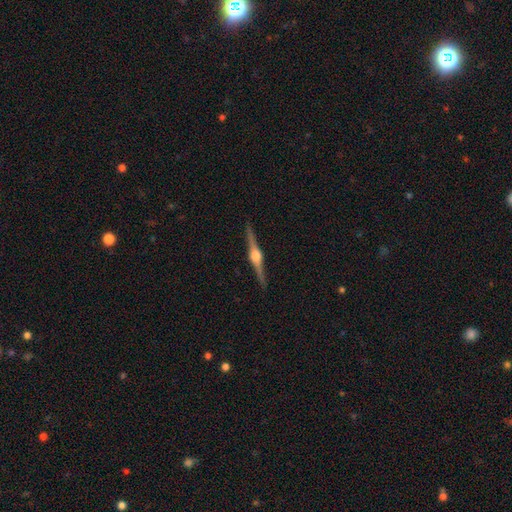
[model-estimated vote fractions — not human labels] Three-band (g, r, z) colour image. It shows a featured or disk galaxy (88%) viewed edge-on (98%) with a rounded central bulge (91%). Merging: none (92%).